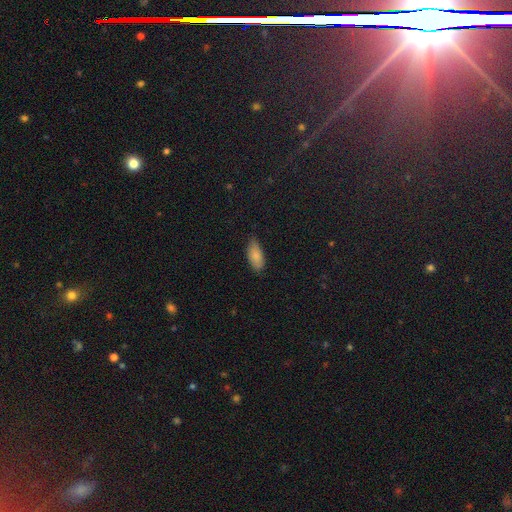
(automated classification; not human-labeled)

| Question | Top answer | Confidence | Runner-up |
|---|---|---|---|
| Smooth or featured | smooth | 85% | featured or disk (8%) |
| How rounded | in between | 87% | cigar-shaped (11%) |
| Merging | none | 75% | minor disturbance (20%) |